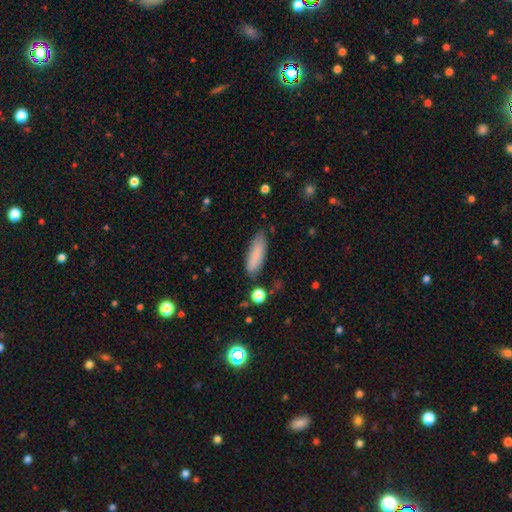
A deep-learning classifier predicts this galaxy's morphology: The model was most divided on "how rounded": in between: 51%, cigar-shaped: 47%, round: 2%. More confident: smooth or featured — smooth (82%); merging — none (78%).